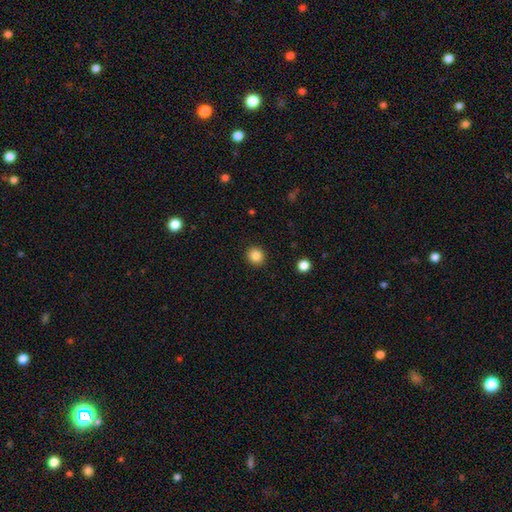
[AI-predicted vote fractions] Overall: smooth (85%). How rounded: round (88%). Merging: none (92%).